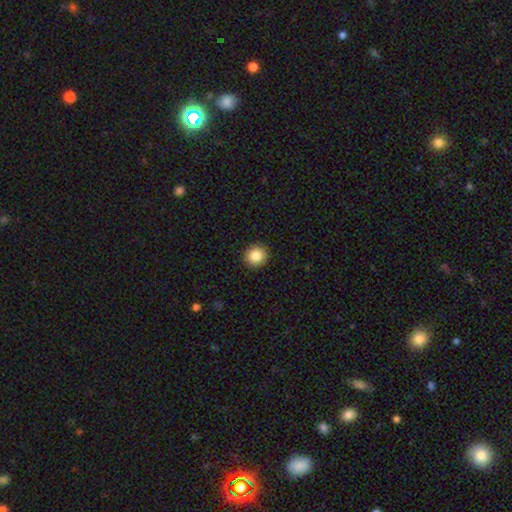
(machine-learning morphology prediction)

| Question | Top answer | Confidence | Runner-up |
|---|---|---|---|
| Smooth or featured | smooth | 85% | star or artifact (9%) |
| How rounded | round | 91% | in between (8%) |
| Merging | none | 92% | minor disturbance (5%) |